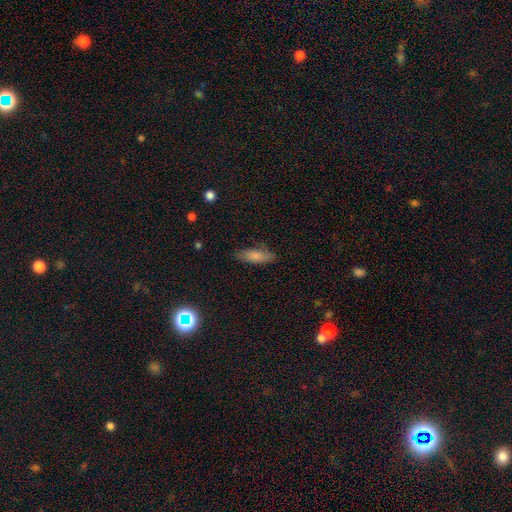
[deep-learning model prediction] Overall: smooth (81%). How rounded: in between (60%; cigar-shaped 38%). Merging: none (80%).